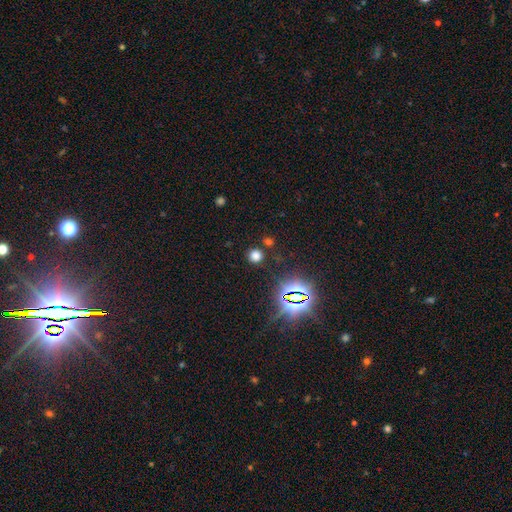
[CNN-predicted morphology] Smooth or featured: smooth — 67% (star or artifact — 28%)
How rounded: round — 91% (in between — 8%)
Merging: none — 84% (minor disturbance — 7%)